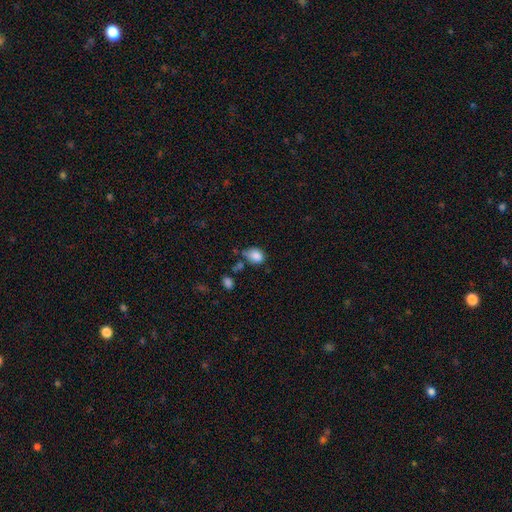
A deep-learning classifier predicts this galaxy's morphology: Smooth or featured?
  - smooth: 85% *
  - star or artifact: 10%
  - featured or disk: 6%
How rounded?
  - in between: 65% *
  - round: 34%
  - cigar-shaped: 1%
Merging?
  - none: 52% *
  - minor disturbance: 29%
  - merger: 10%
  - major disturbance: 8%